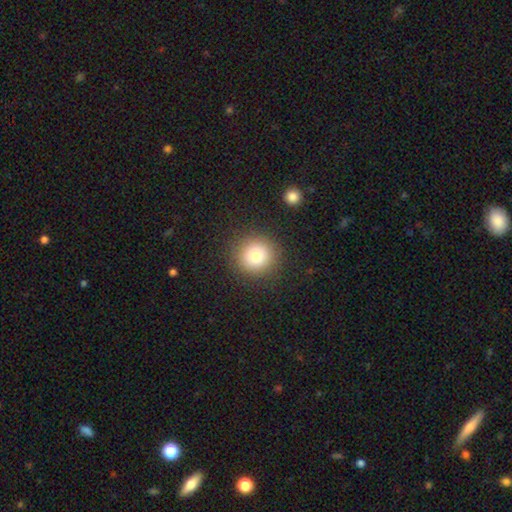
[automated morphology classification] Overall: smooth (78%). How rounded: round (92%). Merging: none (89%).